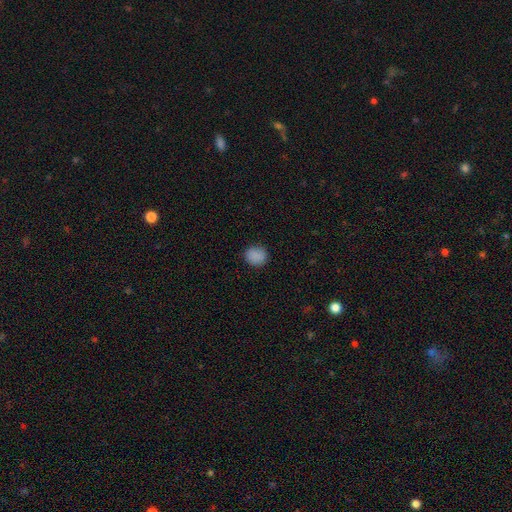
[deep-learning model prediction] This appears to be a smooth galaxy with no disk features (87%) that is round (81%). Merging: none (87%).